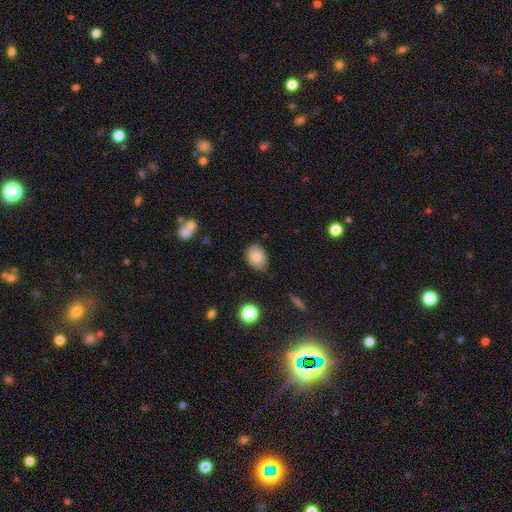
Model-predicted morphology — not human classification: type=smooth (84%); roundness=in between (74%); merging=none (80%).